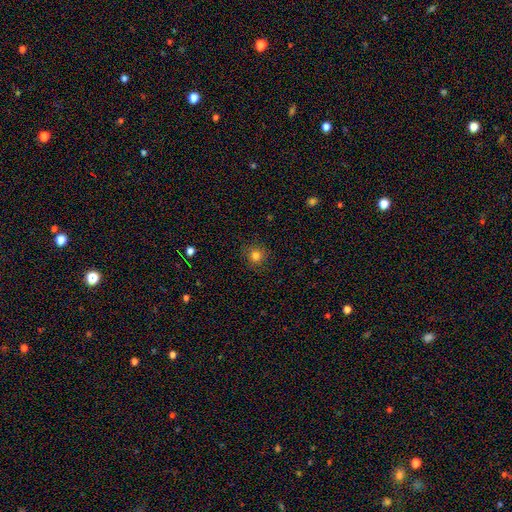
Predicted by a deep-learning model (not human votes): A smooth galaxy with no disk features (80%) that is round (92%). Merging: none (88%).